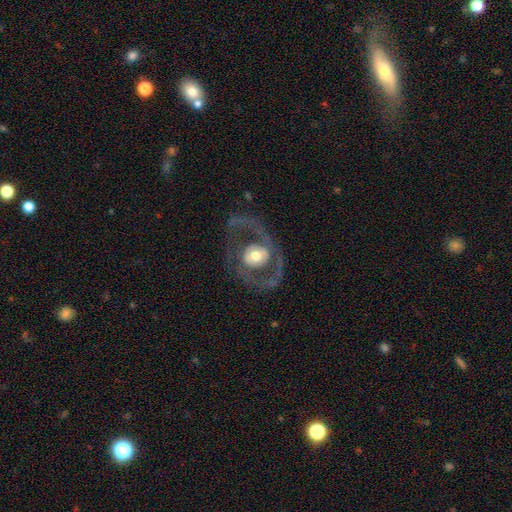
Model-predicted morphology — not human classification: A featured or disk galaxy (69%) with no bar (70%), no spiral arms (54%) and a moderate central bulge (59%). Merging: none (68%).